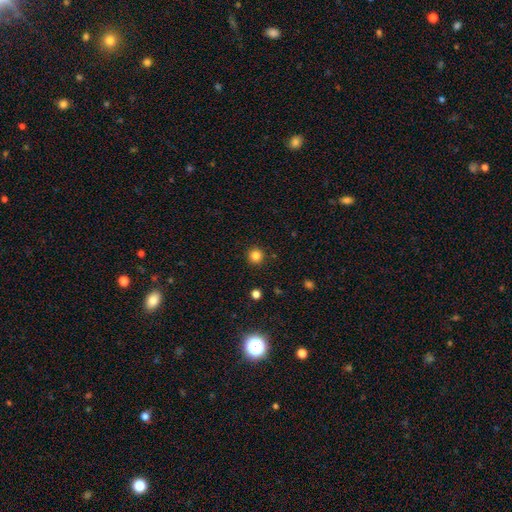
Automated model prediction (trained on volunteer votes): A smooth galaxy with no disk features (84%) that is round (95%). Merging: none (92%).